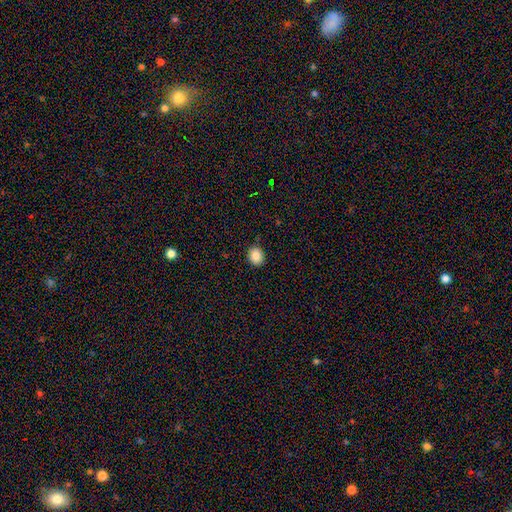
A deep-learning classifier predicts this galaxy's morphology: This appears to be a smooth galaxy with no disk features (86%) that is round (55%). Merging: none (88%).